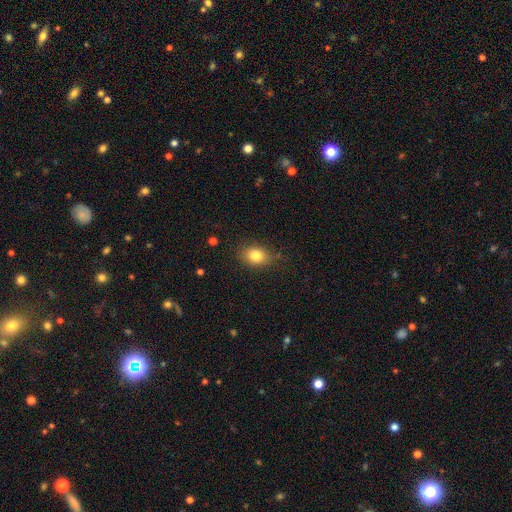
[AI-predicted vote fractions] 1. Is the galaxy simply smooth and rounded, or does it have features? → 81% smooth, 11% star or artifact, 8% featured or disk.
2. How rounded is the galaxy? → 59% in between, 40% round, 1% cigar-shaped.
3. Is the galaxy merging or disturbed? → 79% none, 16% minor disturbance, 4% major disturbance, 1% merger.